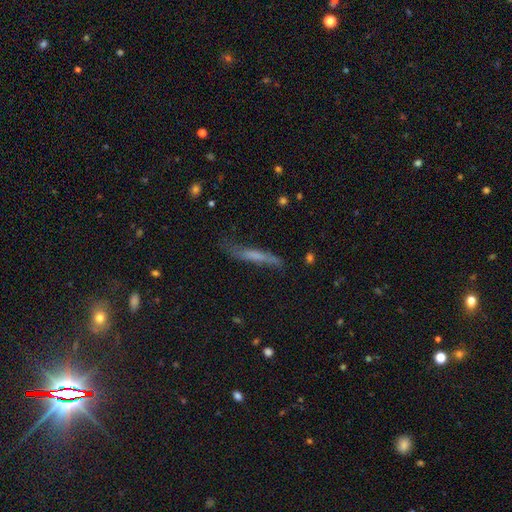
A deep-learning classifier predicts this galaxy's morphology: smooth-or-featured: smooth: 49% | featured or disk: 41% | star or artifact: 10%
  merging: none: 58% | minor disturbance: 27% | major disturbance: 11% | merger: 3%